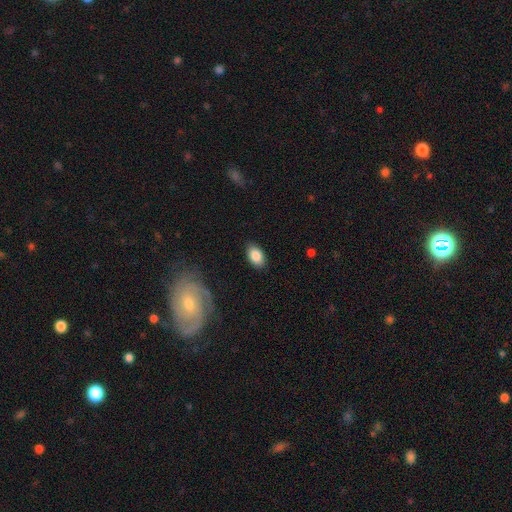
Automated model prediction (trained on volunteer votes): Overall: smooth (86%). How rounded: in between (90%). Merging: none (86%).